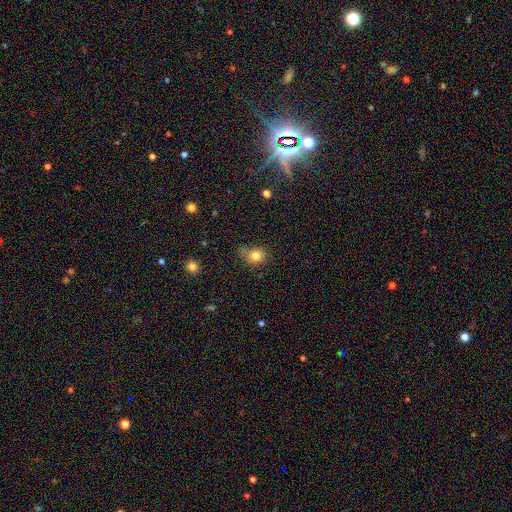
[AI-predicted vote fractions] This is clearly a smooth galaxy (81%). How rounded: likely round (66%). Merging: likely none (61%).